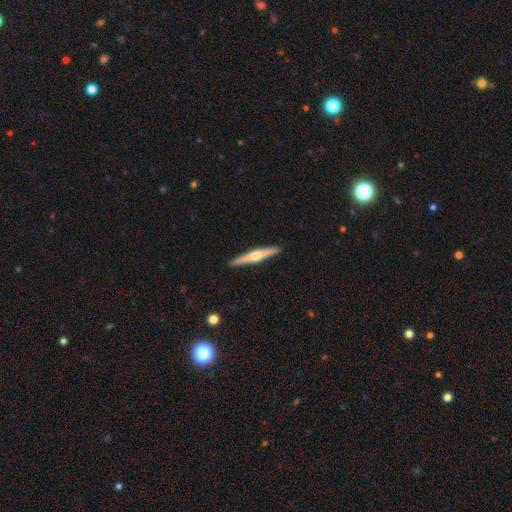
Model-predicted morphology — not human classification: Smooth or featured? featured or disk (70%)
Edge-on disk? yes (98%)
Edge-on bulge? rounded (91%)
Merging? none (92%)